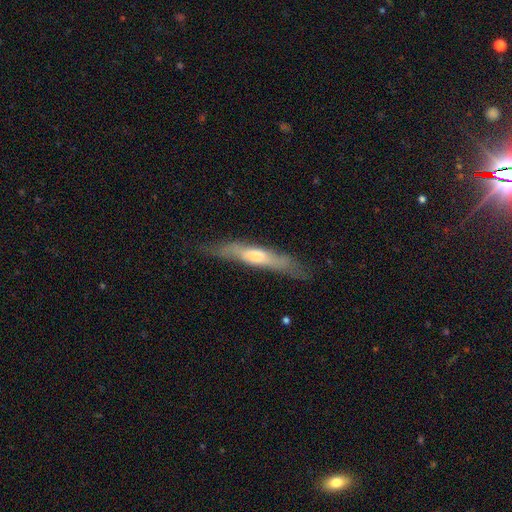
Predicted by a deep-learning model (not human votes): Smooth or featured? featured or disk (53%)
Edge-on disk? yes (76%)
Merging? none (71%)